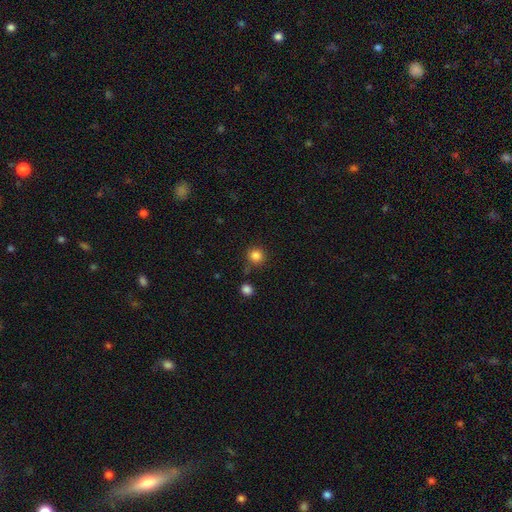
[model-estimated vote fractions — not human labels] Q: Smooth or featured?
A: smooth (84%); runner-up: star or artifact (12%)
Q: How rounded?
A: round (93%); runner-up: in between (6%)
Q: Merging?
A: none (82%); runner-up: minor disturbance (9%)